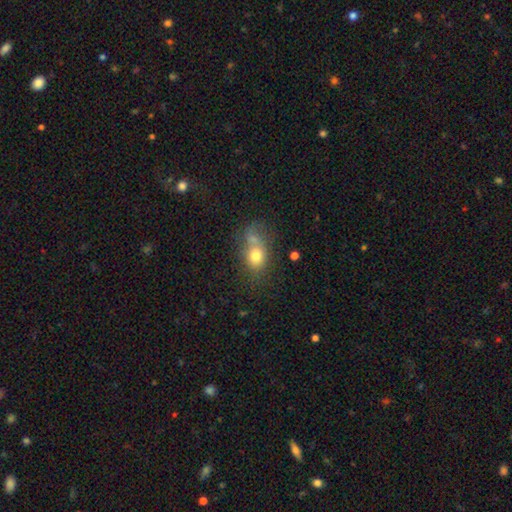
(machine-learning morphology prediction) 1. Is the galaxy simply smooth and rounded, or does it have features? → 73% smooth, 15% featured or disk, 12% star or artifact.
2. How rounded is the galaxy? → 51% in between, 47% round, 2% cigar-shaped.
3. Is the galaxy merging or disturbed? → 37% none, 36% merger, 17% minor disturbance, 11% major disturbance.